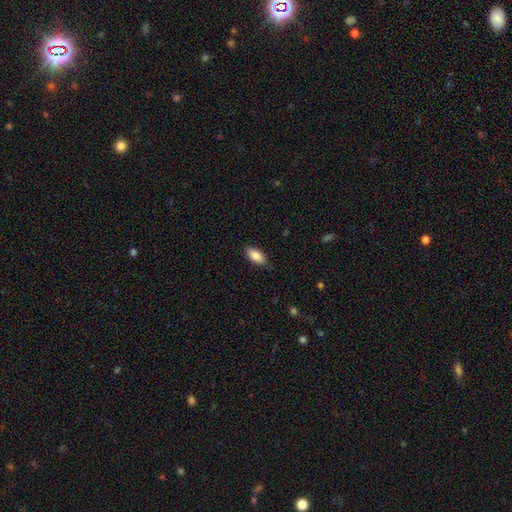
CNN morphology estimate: The model was most divided on "merging": none: 84%, minor disturbance: 12%, major disturbance: 3%, merger: 1%. More confident: how rounded — in between (90%); smooth or featured — smooth (86%).